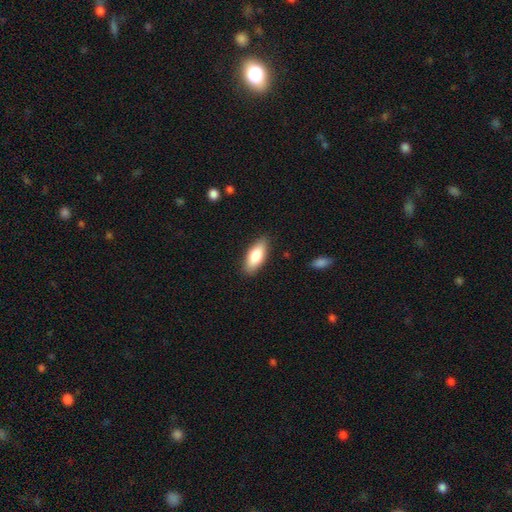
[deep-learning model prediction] Overall: smooth (79%). How rounded: in between (81%). Merging: none (87%).